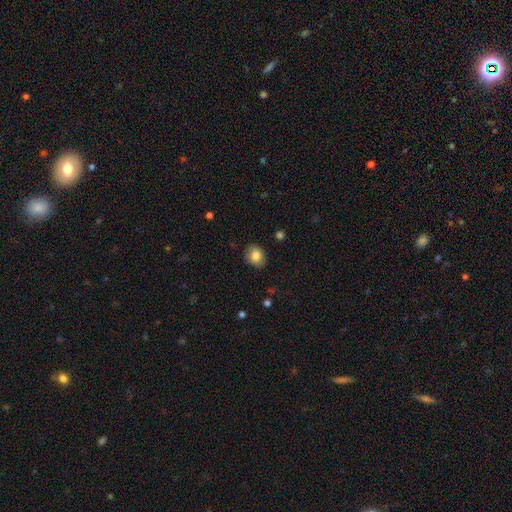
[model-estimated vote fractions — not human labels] smooth 83%, featured or disk 9%, star or artifact 8%. Down the decision tree: how rounded — in between (53%); merging — none (85%).